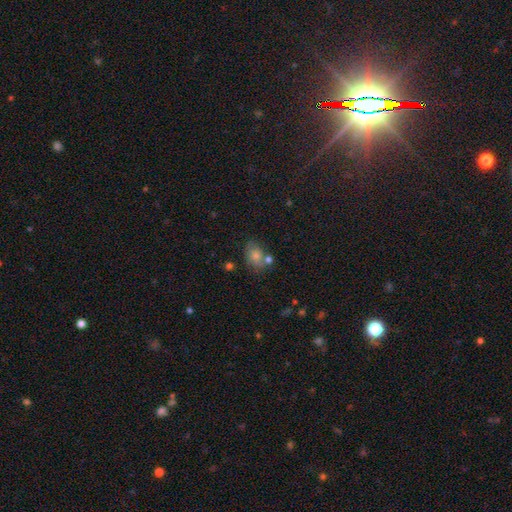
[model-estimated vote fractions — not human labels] This is likely a smooth galaxy (75%). How rounded: likely in between (70%). Merging: possibly none (55%).